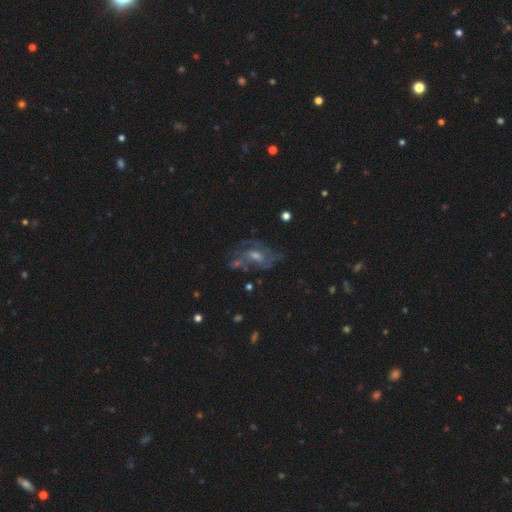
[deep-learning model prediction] Q: Smooth or featured?
A: featured or disk (69%); runner-up: star or artifact (16%)
Q: Edge-on disk?
A: no (95%); runner-up: yes (5%)
Q: Bar?
A: no (51%); runner-up: weak (40%)
Q: Spiral arms?
A: yes (79%); runner-up: no (21%)
Q: Spiral winding?
A: medium (46%); runner-up: tight (30%)
Q: Spiral arm count?
A: can't tell (38%); runner-up: 2 (28%)
Q: Bulge size?
A: moderate (52%); runner-up: small (37%)
Q: Merging?
A: none (54%); runner-up: minor disturbance (19%)